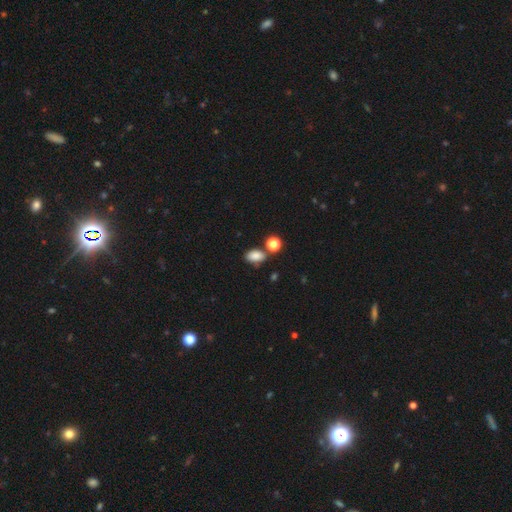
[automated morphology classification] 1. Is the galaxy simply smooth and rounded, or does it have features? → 84% smooth, 11% star or artifact, 5% featured or disk.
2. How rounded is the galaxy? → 85% in between, 13% round, 2% cigar-shaped.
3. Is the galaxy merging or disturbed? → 67% none, 15% minor disturbance, 14% merger, 4% major disturbance.